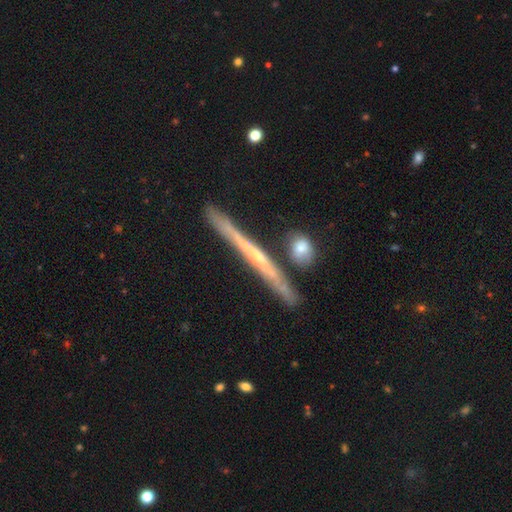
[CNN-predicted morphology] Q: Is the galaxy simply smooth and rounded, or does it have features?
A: featured or disk — 71%.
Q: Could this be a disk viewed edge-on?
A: yes — 96%.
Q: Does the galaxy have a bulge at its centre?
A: none — 64%.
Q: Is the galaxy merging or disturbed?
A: none — 81%.